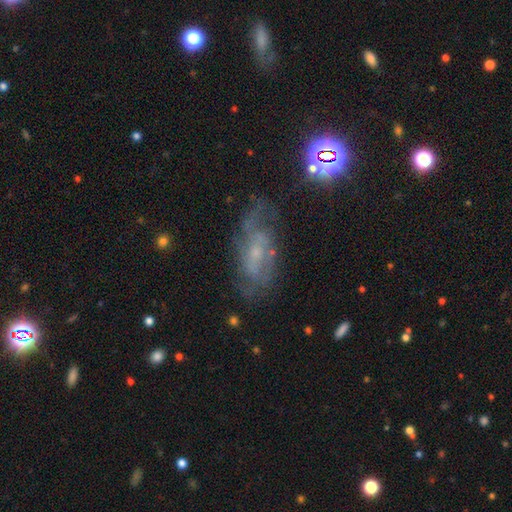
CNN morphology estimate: This is likely a featured or disk galaxy (69%). It is clearly not viewed edge-on (91%). Bar: possibly no (54%). Spiral arm pattern: likely yes (79%). Spiral arm count: marginally can't tell (44%). Spiral winding: marginally medium (43%). Central bulge: likely small (63%). Merging: likely none (60%).